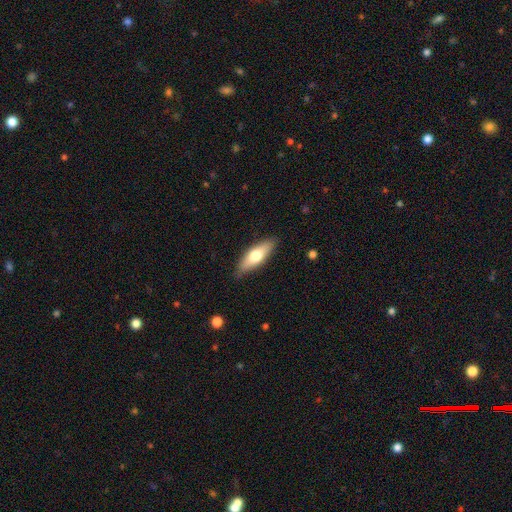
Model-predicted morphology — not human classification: Overall: smooth (64%; featured or disk 31%). How rounded: in between (59%; cigar-shaped 39%). Merging: none (85%).